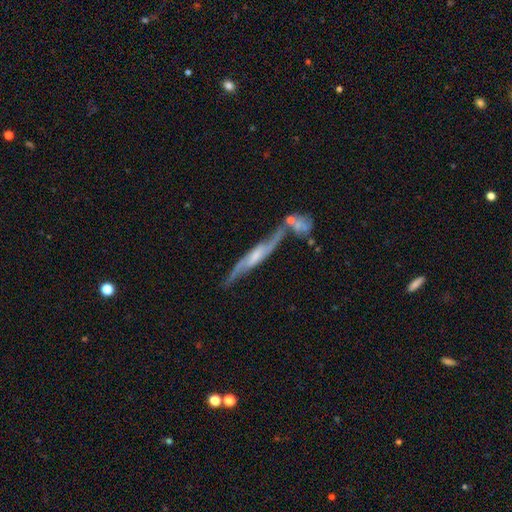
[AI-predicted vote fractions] Smooth or featured: featured or disk — 80% (smooth — 14%)
Edge-on disk: yes — 64% (no — 36%)
Edge-on bulge: rounded — 51% (none — 30%)
Merging: none — 48% (merger — 25%)